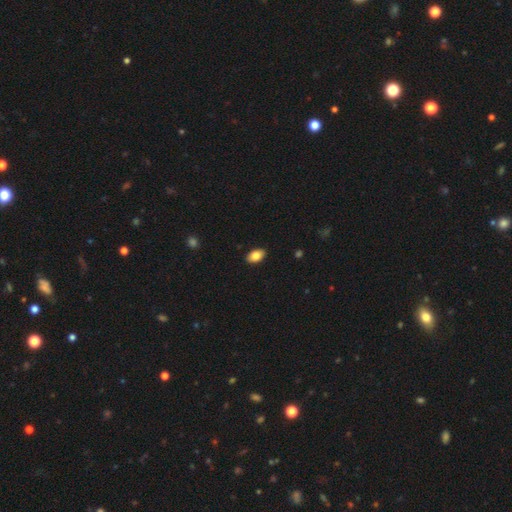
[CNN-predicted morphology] smooth-or-featured: smooth: 85% | star or artifact: 8% | featured or disk: 7%
  how-rounded: in between: 91% | round: 7% | cigar-shaped: 1%
  merging: none: 89% | minor disturbance: 8% | major disturbance: 2% | merger: 1%